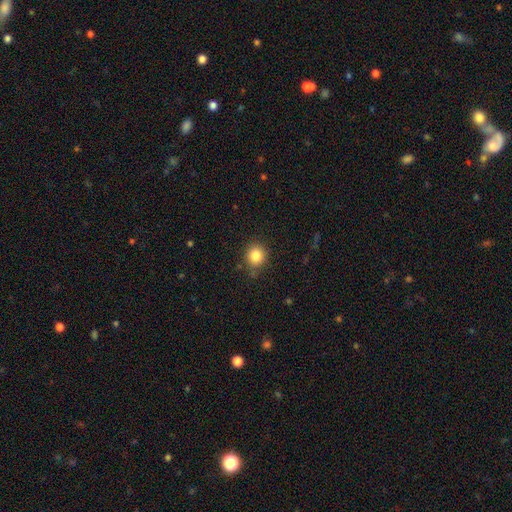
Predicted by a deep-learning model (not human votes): Overall: smooth (83%). How rounded: round (83%). Merging: none (82%).